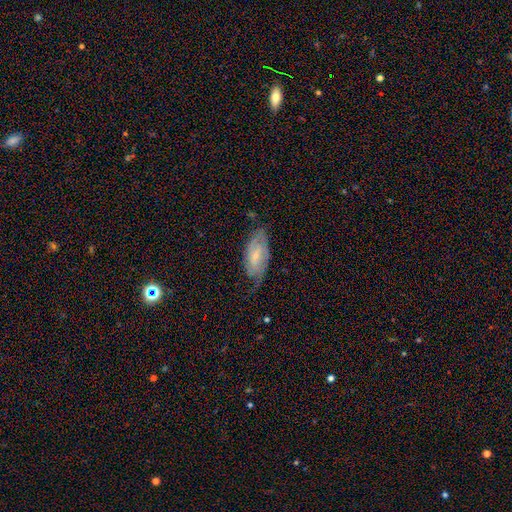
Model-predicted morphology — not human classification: smooth_or_featured: featured or disk (p=0.62) [alt: smooth p=0.31]
disk_edge_on: no (p=0.91) [alt: yes p=0.09]
bar: weak (p=0.45) [alt: no p=0.42]
has_spiral_arms: yes (p=0.85) [alt: no p=0.15]
bulge_size: small (p=0.61) [alt: moderate p=0.29]
merging: none (p=0.57) [alt: minor disturbance p=0.29]